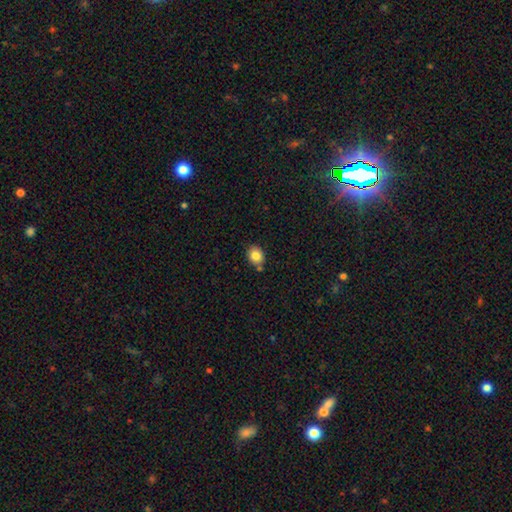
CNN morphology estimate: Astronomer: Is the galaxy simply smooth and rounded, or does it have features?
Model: smooth — 83%.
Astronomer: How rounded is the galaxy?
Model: round — 57% (runner-up: in between, 42%).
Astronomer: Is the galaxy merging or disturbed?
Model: none — 76%.